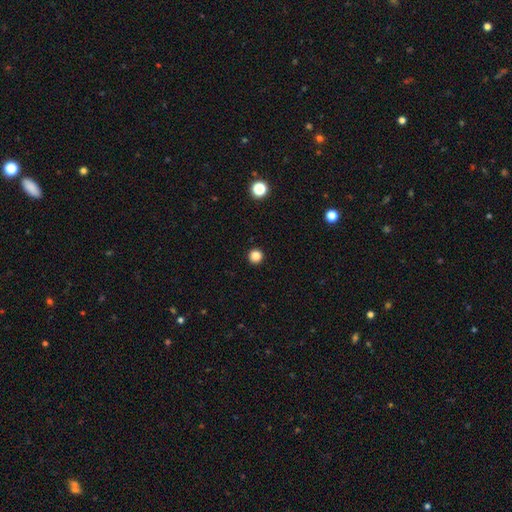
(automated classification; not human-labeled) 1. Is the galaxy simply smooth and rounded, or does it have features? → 85% smooth, 12% star or artifact, 3% featured or disk.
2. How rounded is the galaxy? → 95% round, 4% in between, 1% cigar-shaped.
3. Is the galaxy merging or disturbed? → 93% none, 4% minor disturbance, 2% major disturbance, 1% merger.